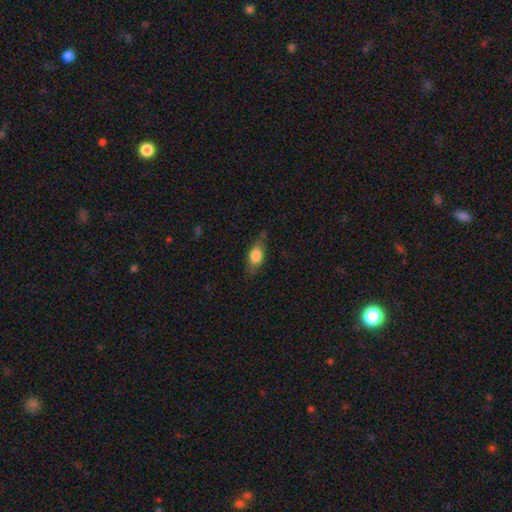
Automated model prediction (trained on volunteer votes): Overall: smooth (73%). How rounded: in between (78%). Merging: none (69%).